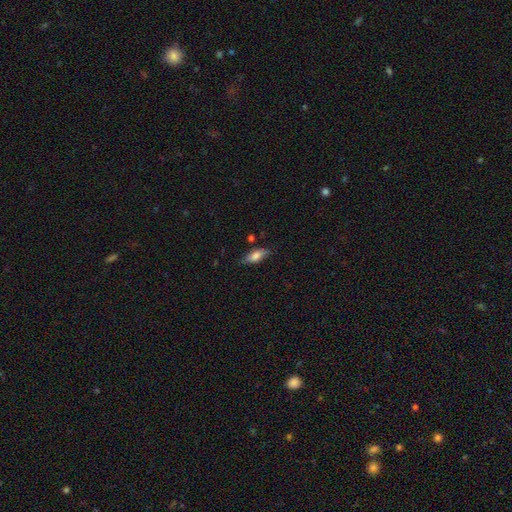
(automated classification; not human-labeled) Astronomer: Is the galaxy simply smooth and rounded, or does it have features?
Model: smooth — 71%.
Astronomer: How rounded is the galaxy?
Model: in between — 71%.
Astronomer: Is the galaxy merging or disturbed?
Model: none — 77%.